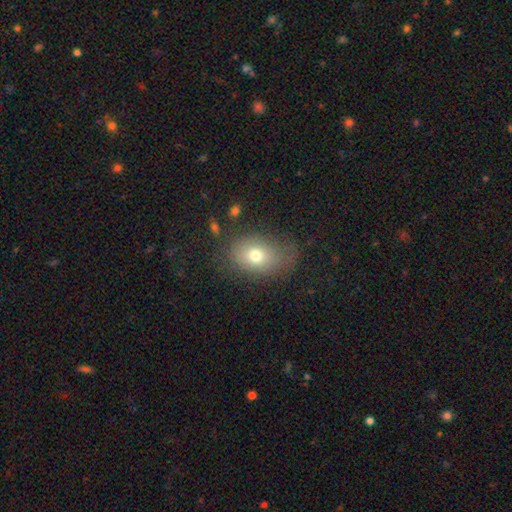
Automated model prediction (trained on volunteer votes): smooth 72%, featured or disk 16%, star or artifact 12%. Down the decision tree: how rounded — in between (72%); merging — none (65%).